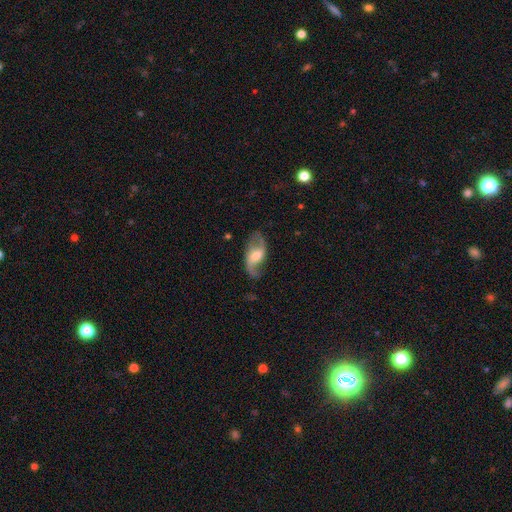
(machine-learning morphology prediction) smooth_or_featured: featured or disk (p=0.79) [alt: smooth p=0.15]
disk_edge_on: no (p=0.95) [alt: yes p=0.05]
bar: weak (p=0.46) [alt: no p=0.35]
has_spiral_arms: yes (p=0.93) [alt: no p=0.07]
spiral_winding: loose (p=0.69) [alt: medium p=0.25]
spiral_arm_count: 2 (p=0.87) [alt: 1 p=0.07]
bulge_size: moderate (p=0.56) [alt: small p=0.28]
merging: none (p=0.71) [alt: minor disturbance p=0.17]